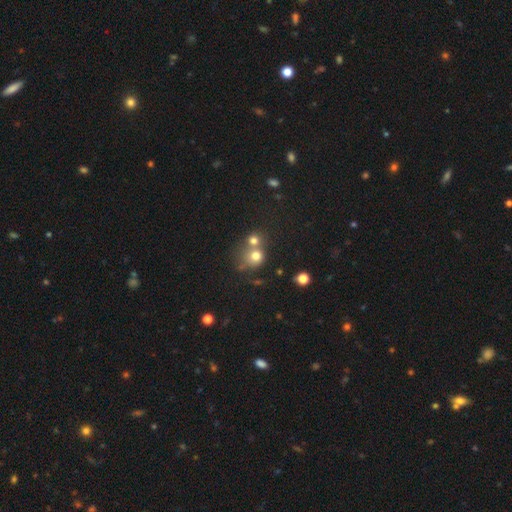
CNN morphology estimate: smooth 72%, star or artifact 15%, featured or disk 13%. Down the decision tree: how rounded — round (81%); merging — merger (47%).